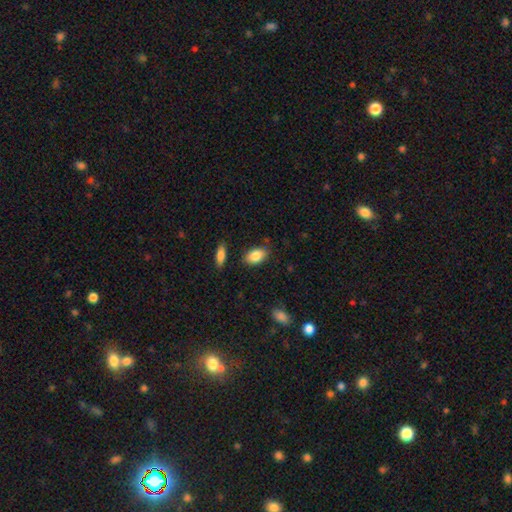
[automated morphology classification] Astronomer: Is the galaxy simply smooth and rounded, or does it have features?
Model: smooth — 86%.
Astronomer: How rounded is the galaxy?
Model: in between — 89%.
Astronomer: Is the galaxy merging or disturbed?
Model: none — 80%.